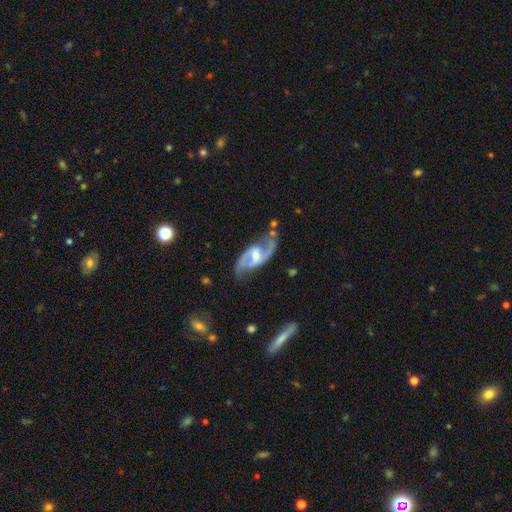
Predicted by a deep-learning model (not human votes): A featured or disk galaxy (89%) with a weak bar (47%), 2 (92%) medium (51%) spiral arms (95%) and a moderate central bulge (58%). Merging: none (72%).